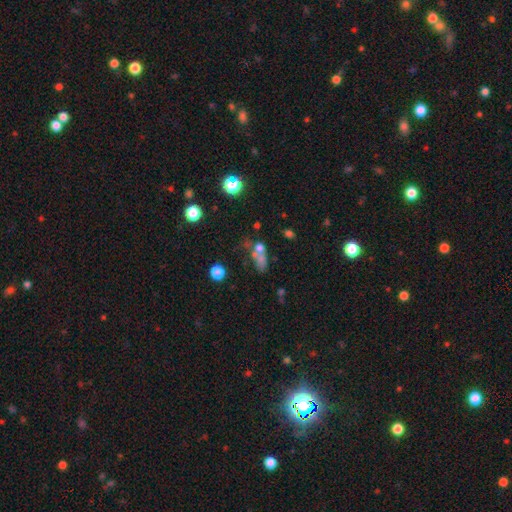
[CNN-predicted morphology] The model was most divided on "smooth or featured": smooth: 44%, star or artifact: 35%, featured or disk: 21%. Remaining: merging — none (41%).